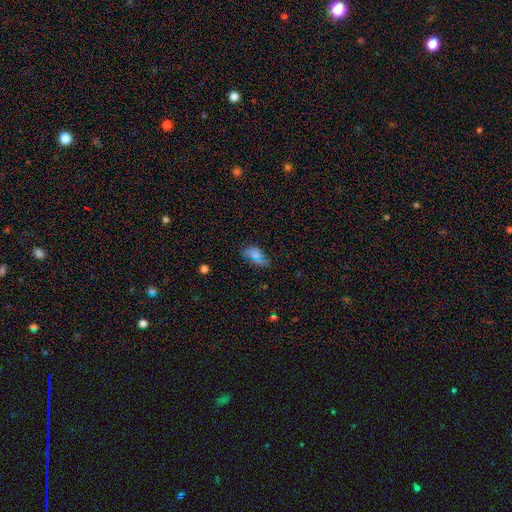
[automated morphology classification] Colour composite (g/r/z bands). It shows a smooth galaxy with no disk features (70%) that is in between round and cigar-shaped (92%). Merging: none (82%).